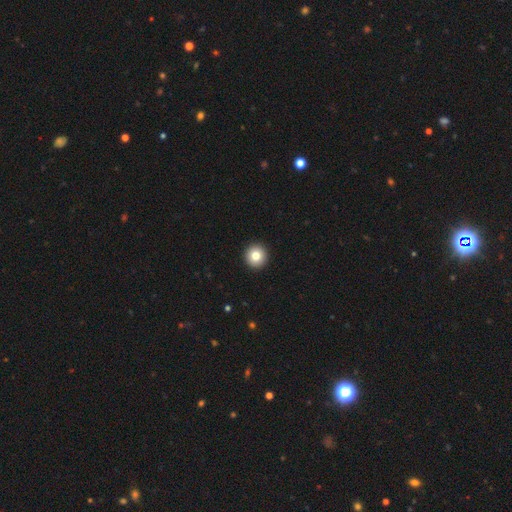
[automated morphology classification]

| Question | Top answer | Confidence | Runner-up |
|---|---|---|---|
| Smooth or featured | smooth | 80% | featured or disk (10%) |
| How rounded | round | 95% | in between (4%) |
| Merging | none | 94% | minor disturbance (4%) |